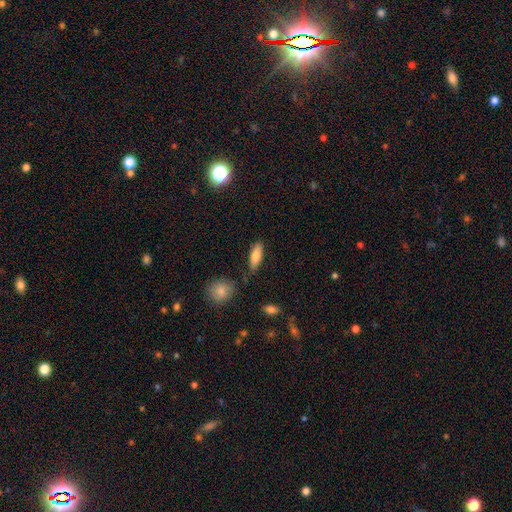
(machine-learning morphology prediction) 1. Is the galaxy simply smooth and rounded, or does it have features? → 78% smooth, 15% featured or disk, 7% star or artifact.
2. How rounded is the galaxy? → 61% in between, 37% cigar-shaped, 2% round.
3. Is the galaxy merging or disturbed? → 78% none, 14% minor disturbance, 4% merger, 3% major disturbance.